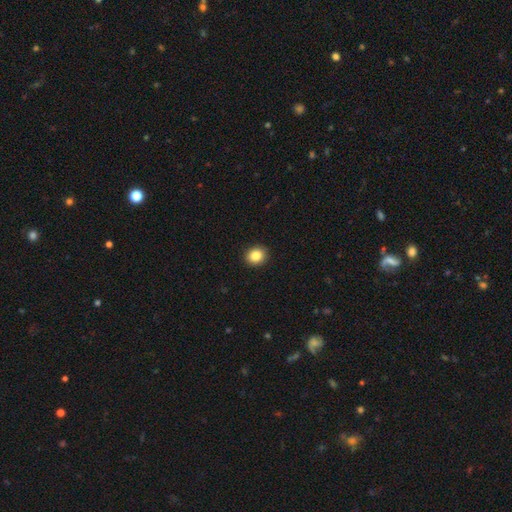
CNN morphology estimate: Smooth or featured?
  - smooth: 86% *
  - star or artifact: 9%
  - featured or disk: 5%
How rounded?
  - round: 72% *
  - in between: 27%
  - cigar-shaped: 1%
Merging?
  - none: 92% *
  - minor disturbance: 5%
  - major disturbance: 2%
  - merger: 1%